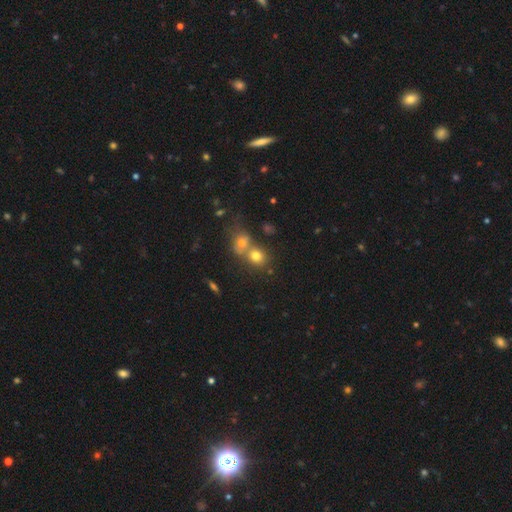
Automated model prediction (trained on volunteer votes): smooth 74%, star or artifact 15%, featured or disk 11%. Down the decision tree: how rounded — round (74%); merging — merger (49%).